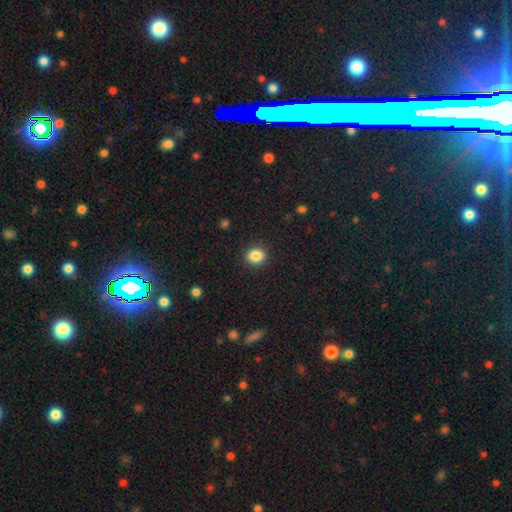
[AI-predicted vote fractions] This is clearly a smooth galaxy (86%). How rounded: likely round (63%). Merging: clearly none (90%).